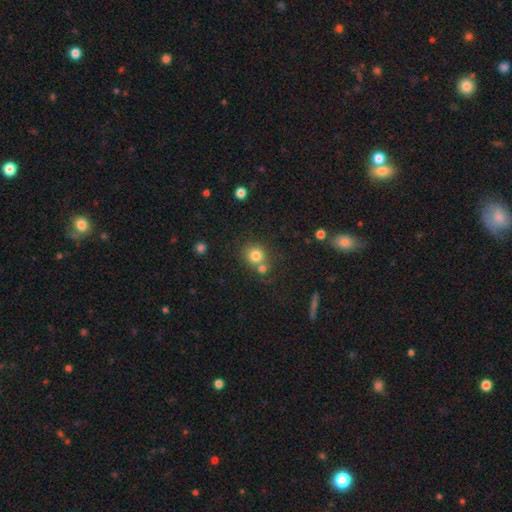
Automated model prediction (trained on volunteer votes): A smooth galaxy with no disk features (79%) that is round (86%). Merging: none (57%).